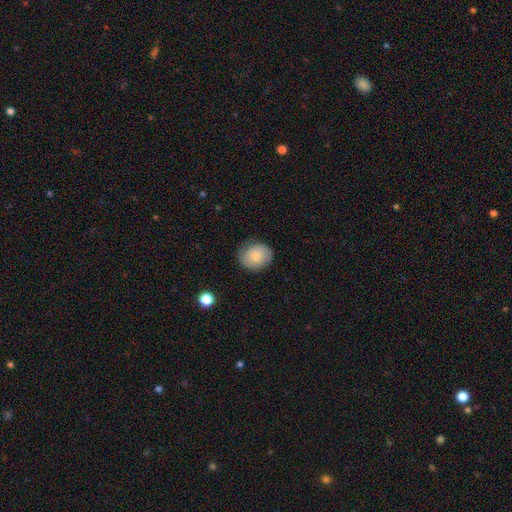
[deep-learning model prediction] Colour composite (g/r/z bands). It shows a smooth galaxy with no disk features (73%) that is round (63%). Merging: none (80%).